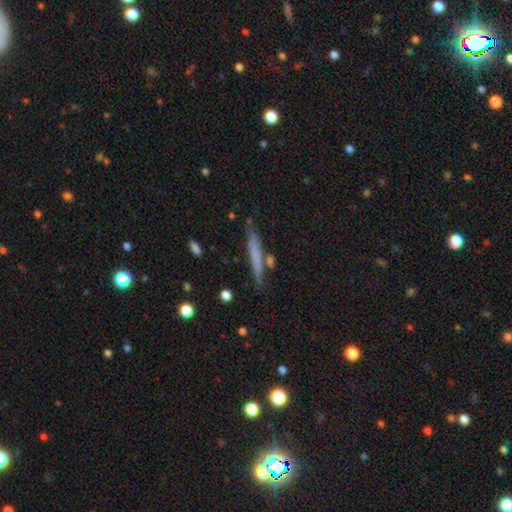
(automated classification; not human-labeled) A smooth galaxy with no disk features (60%) that is cigar-shaped (95%). Merging: none (81%).